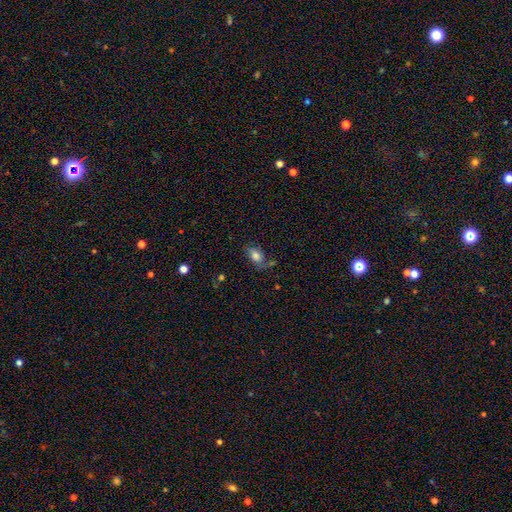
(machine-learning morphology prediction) type=smooth (71%); roundness=in between (86%); merging=none (53%).